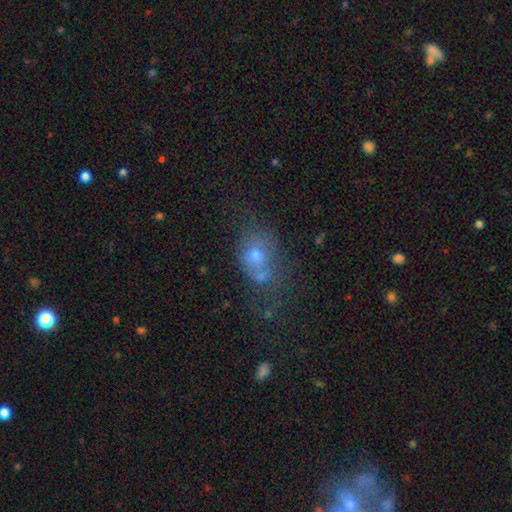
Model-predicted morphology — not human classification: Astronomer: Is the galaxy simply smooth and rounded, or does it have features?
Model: smooth — 57%.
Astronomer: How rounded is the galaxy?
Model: in between — 61% (runner-up: round, 37%).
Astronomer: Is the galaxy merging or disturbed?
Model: none — 34% (runner-up: major disturbance, 23%).